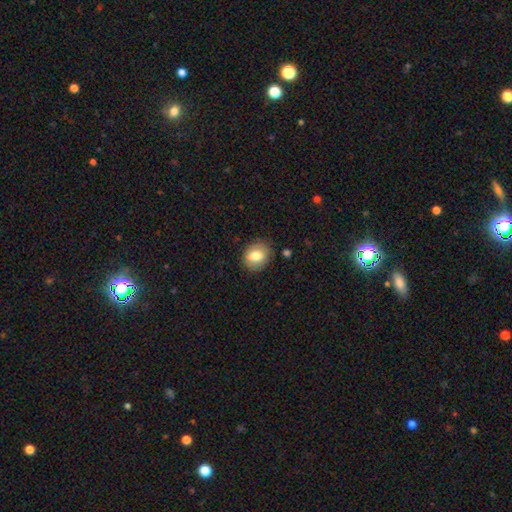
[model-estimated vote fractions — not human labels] smooth-or-featured: smooth: 77% | featured or disk: 15% | star or artifact: 8%
  how-rounded: round: 56% | in between: 43% | cigar-shaped: 1%
  merging: none: 82% | minor disturbance: 13% | major disturbance: 3% | merger: 2%